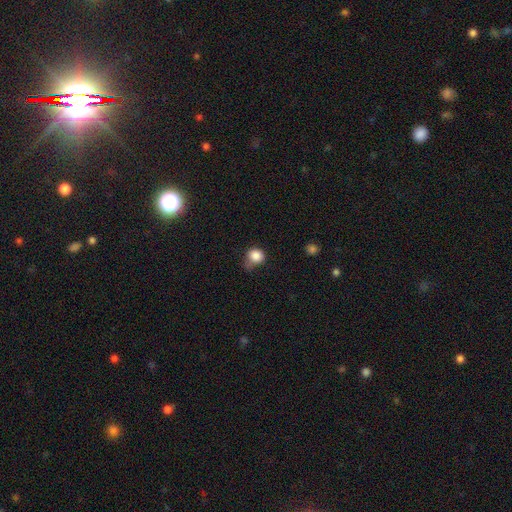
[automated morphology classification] smooth-or-featured: smooth: 84% | star or artifact: 10% | featured or disk: 6%
  how-rounded: round: 80% | in between: 19% | cigar-shaped: 1%
  merging: none: 46% | minor disturbance: 35% | major disturbance: 13% | merger: 6%